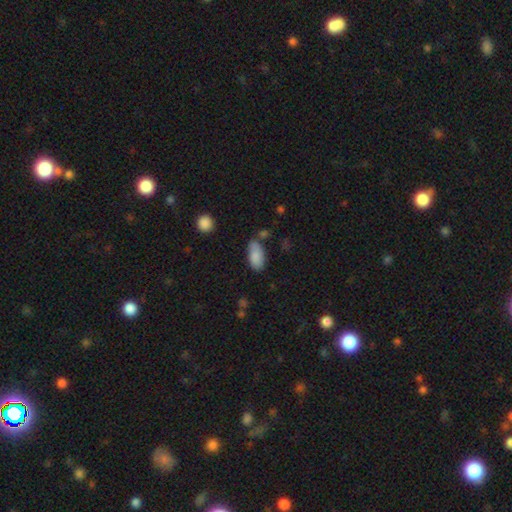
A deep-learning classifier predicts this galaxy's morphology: Smooth or featured? smooth (86%)
How rounded? in between (92%)
Merging? none (62%)